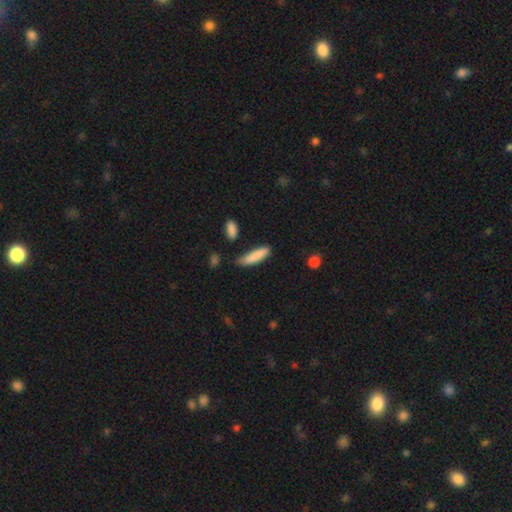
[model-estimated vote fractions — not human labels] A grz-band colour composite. It shows a smooth galaxy with no disk features (85%) that is cigar-shaped (76%). Merging: none (70%).